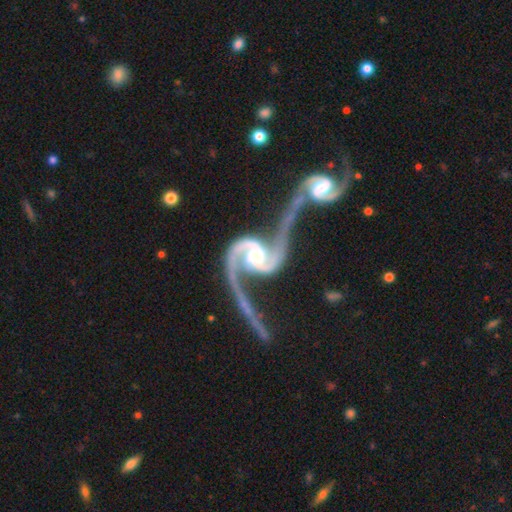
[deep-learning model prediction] featured or disk 94%, star or artifact 4%, smooth 3%. Down the decision tree: edge-on disk — no (98%); bar — no (42%); spiral arms — yes (98%); spiral arm count — 2 (95%); spiral winding — loose (67%); bulge size — moderate (53%); merging — none (40%).